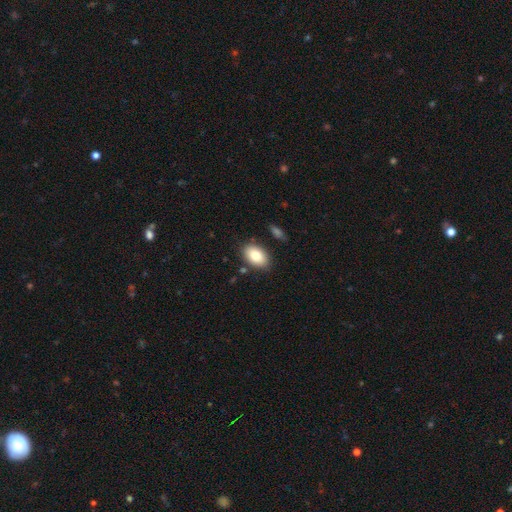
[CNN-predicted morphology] smooth-or-featured: smooth: 82% | featured or disk: 11% | star or artifact: 7%
  how-rounded: in between: 90% | round: 9% | cigar-shaped: 1%
  merging: none: 82% | minor disturbance: 12% | merger: 3% | major disturbance: 3%